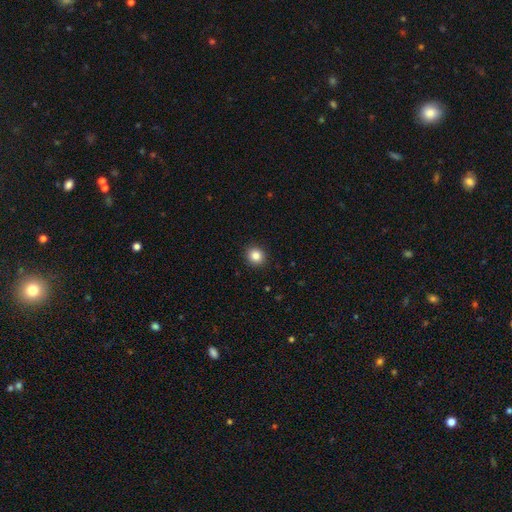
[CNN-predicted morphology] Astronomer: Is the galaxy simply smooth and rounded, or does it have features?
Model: smooth — 85%.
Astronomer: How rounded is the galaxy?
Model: round — 87%.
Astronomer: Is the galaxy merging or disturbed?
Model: none — 92%.